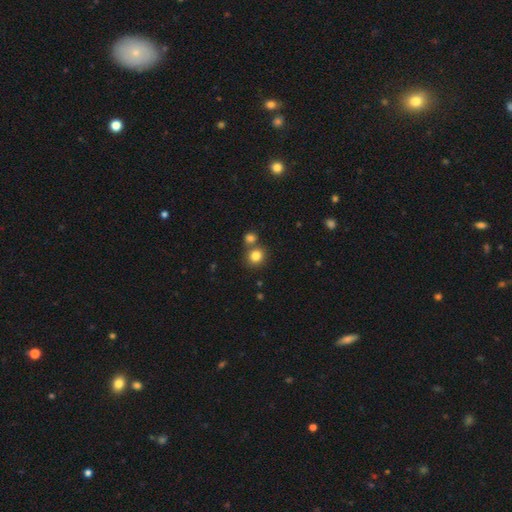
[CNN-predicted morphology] smooth 83%, star or artifact 11%, featured or disk 6%. Down the decision tree: how rounded — round (84%); merging — none (64%).